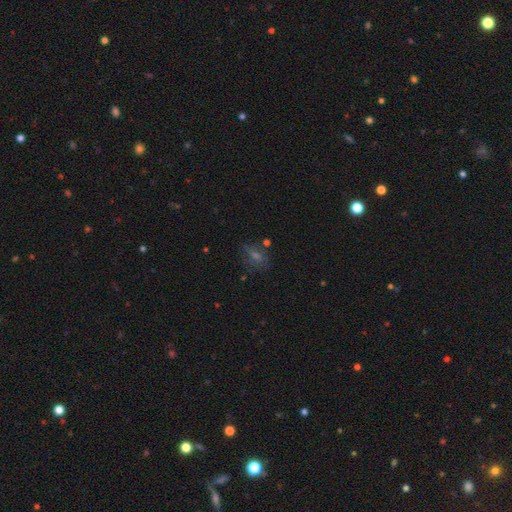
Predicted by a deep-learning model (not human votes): This appears to be a smooth galaxy with no disk features (38%). Merging: none (69%).